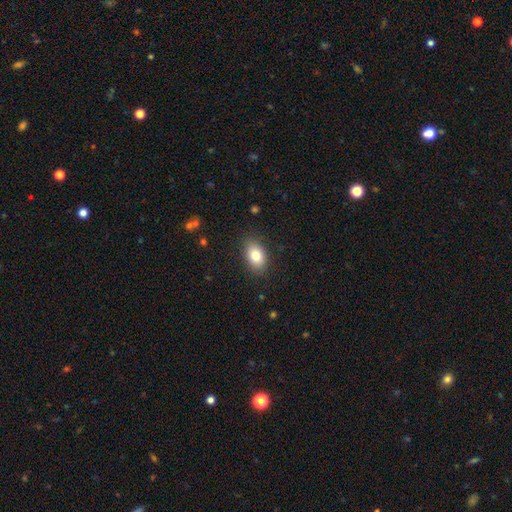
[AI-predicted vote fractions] This appears to be a smooth galaxy with no disk features (81%) that is in between round and cigar-shaped (87%). Merging: none (85%).